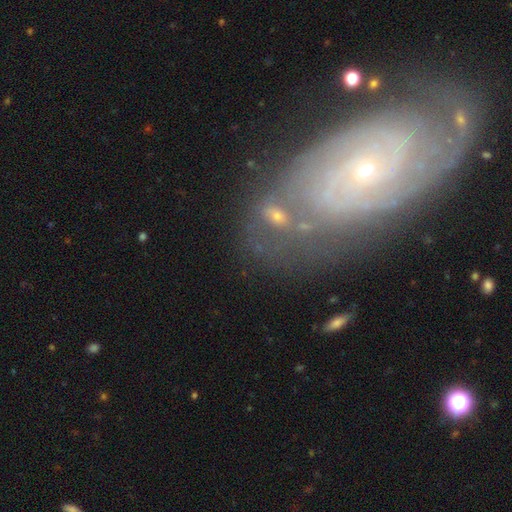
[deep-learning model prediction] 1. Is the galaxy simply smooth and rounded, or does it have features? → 61% featured or disk, 20% smooth, 19% star or artifact.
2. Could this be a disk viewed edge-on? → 94% no, 6% yes.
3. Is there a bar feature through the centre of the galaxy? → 64% no, 24% weak, 12% strong.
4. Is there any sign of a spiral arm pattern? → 70% yes, 30% no.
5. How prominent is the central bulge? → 62% small, 24% moderate, 9% none, 4% large, 2% dominant.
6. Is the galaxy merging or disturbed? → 49% none, 18% minor disturbance, 17% merger, 16% major disturbance.